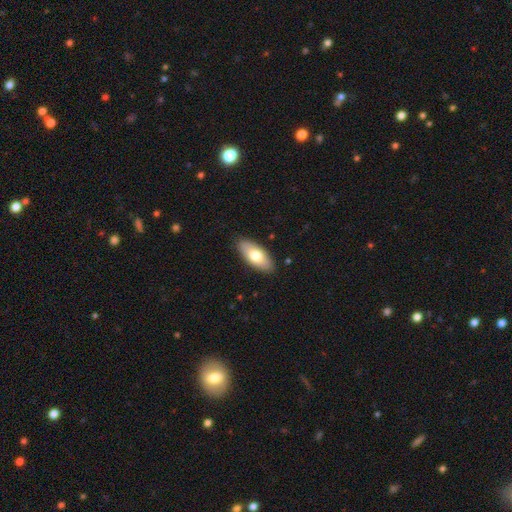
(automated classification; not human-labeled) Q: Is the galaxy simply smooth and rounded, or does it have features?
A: smooth — 73%.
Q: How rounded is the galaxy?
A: in between — 87%.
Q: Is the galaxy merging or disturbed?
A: none — 88%.